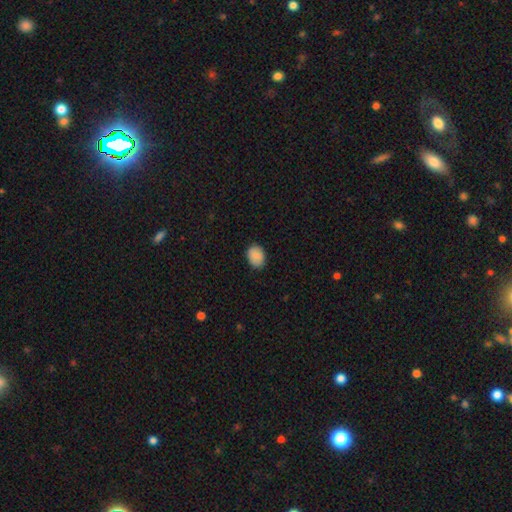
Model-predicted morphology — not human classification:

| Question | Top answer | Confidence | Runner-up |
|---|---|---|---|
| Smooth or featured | smooth | 89% | star or artifact (7%) |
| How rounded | in between | 61% | round (38%) |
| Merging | none | 85% | minor disturbance (12%) |